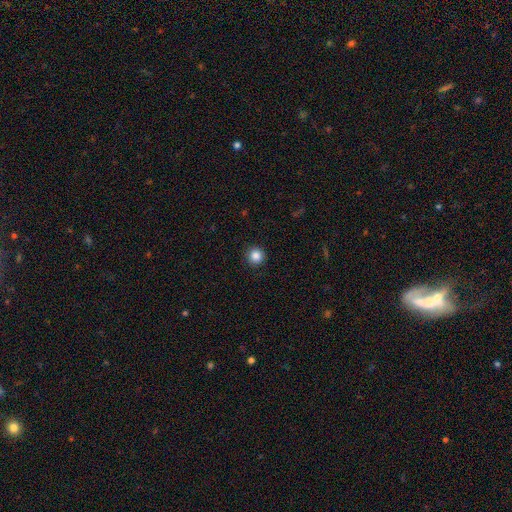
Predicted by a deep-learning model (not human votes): Overall: smooth (86%). How rounded: round (95%). Merging: none (93%).